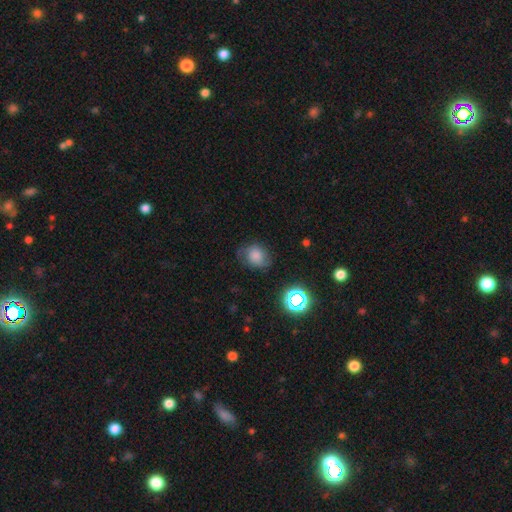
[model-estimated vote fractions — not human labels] smooth_or_featured: smooth (p=0.68) [alt: featured or disk p=0.17]
how_rounded: round (p=0.62) [alt: in between p=0.37]
merging: none (p=0.63) [alt: minor disturbance p=0.26]